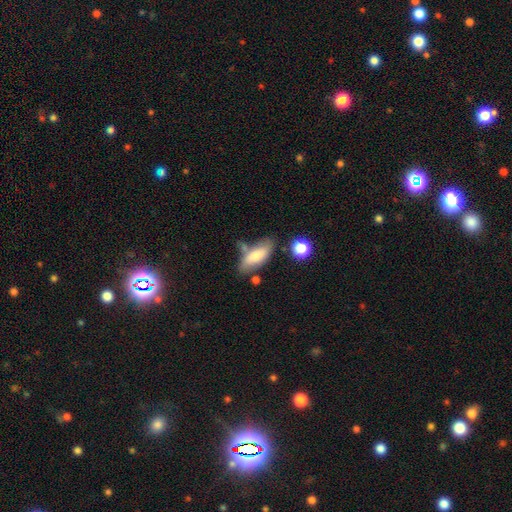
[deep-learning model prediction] This appears to be a smooth galaxy with no disk features (72%) that is in between round and cigar-shaped (76%). Merging: none (61%).